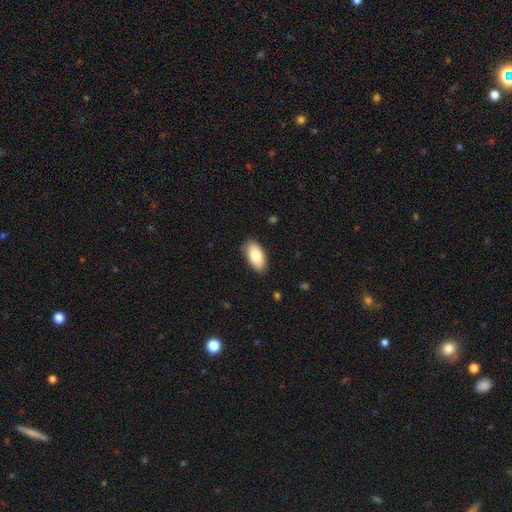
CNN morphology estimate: smooth_or_featured: smooth (p=0.80) [alt: featured or disk p=0.14]
how_rounded: in between (p=0.94) [alt: cigar-shaped p=0.03]
merging: none (p=0.84) [alt: minor disturbance p=0.12]